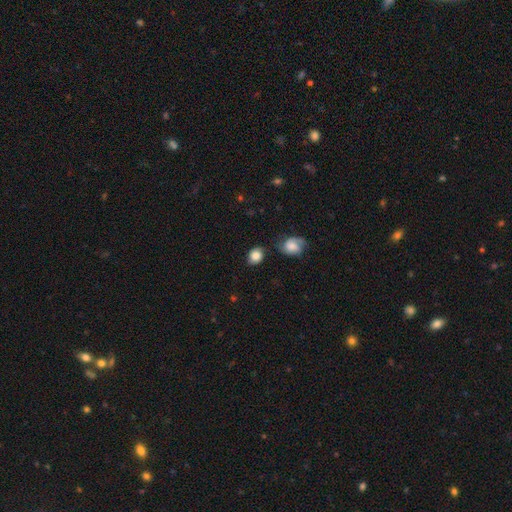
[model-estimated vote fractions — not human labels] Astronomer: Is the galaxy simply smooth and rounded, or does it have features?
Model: smooth — 81%.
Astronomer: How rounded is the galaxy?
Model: round — 50% (runner-up: in between, 49%).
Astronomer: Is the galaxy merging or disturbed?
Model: none — 69%.